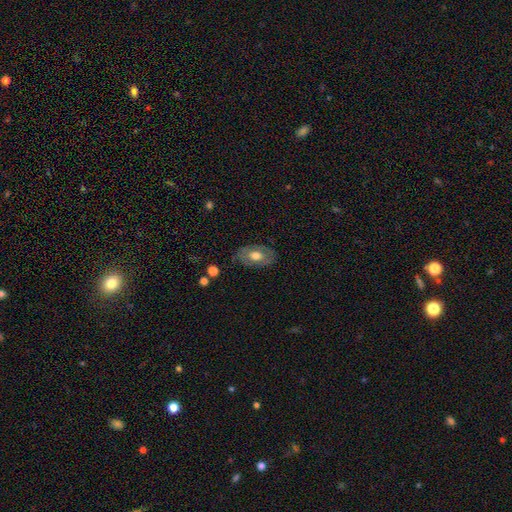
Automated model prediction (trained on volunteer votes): A smooth galaxy with no disk features (50%) that is in between round and cigar-shaped (88%).

Vote fractions:
- Smooth or featured? smooth: 50% / featured or disk: 43% / star or artifact: 7%
- How rounded? in between: 88% / round: 10% / cigar-shaped: 2%
- Merging? none: 76% / minor disturbance: 17% / major disturbance: 5% / merger: 1%